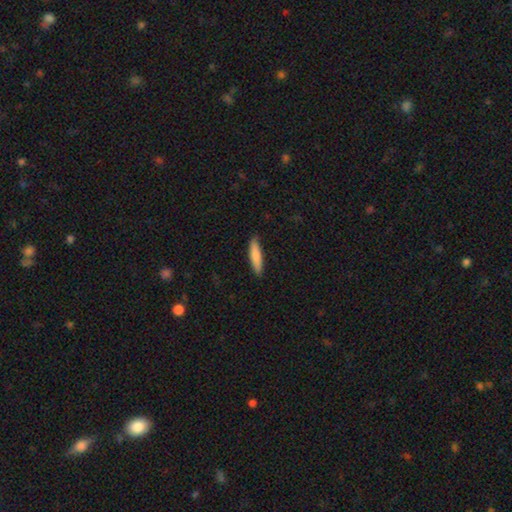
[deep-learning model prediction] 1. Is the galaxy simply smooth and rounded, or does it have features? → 82% smooth, 13% featured or disk, 5% star or artifact.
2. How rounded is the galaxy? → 82% cigar-shaped, 17% in between, 1% round.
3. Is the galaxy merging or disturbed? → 88% none, 10% minor disturbance, 2% major disturbance, 1% merger.